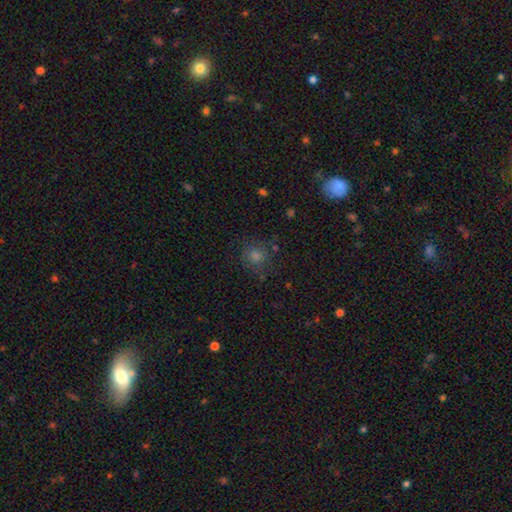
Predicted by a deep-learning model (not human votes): A smooth galaxy with no disk features (62%) that is round (89%).

Vote fractions:
- Smooth or featured? smooth: 62% / star or artifact: 27% / featured or disk: 11%
- How rounded? round: 89% / in between: 10% / cigar-shaped: 1%
- Merging? none: 80% / minor disturbance: 12% / major disturbance: 5% / merger: 2%